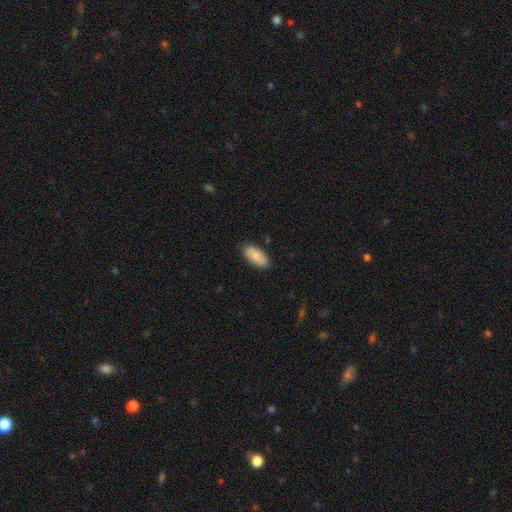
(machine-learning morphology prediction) This is clearly a smooth galaxy (81%). How rounded: clearly in between (87%). Merging: clearly none (84%).